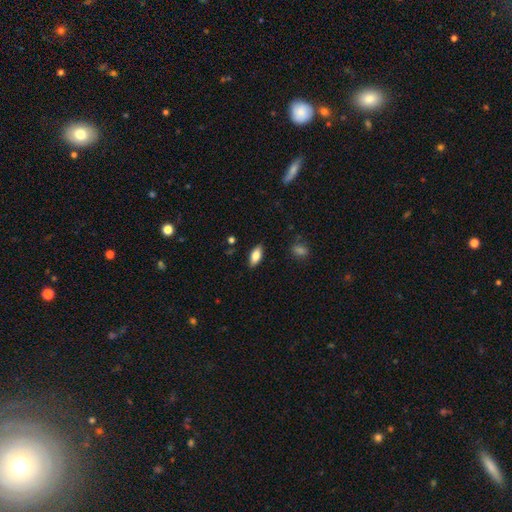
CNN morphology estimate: type=smooth (79%); roundness=in between (86%); merging=none (86%).